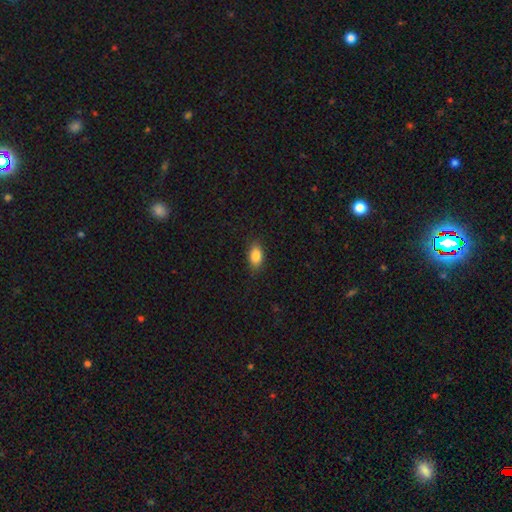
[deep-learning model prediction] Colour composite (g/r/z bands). It shows a smooth galaxy with no disk features (85%) that is in between round and cigar-shaped (87%). Merging: none (87%).